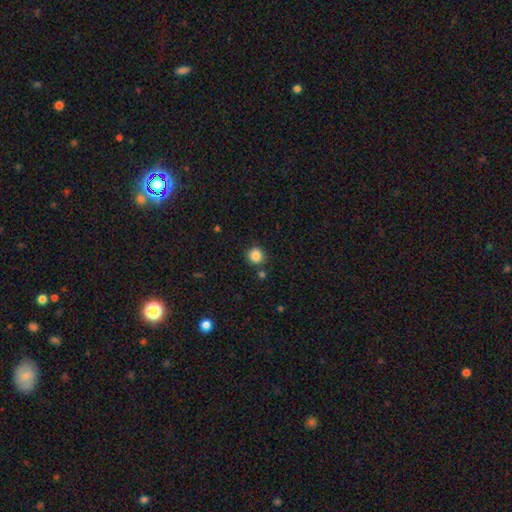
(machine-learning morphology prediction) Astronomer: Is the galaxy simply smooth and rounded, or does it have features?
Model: smooth — 86%.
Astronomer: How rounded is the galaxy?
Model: round — 93%.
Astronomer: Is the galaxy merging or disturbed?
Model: none — 84%.